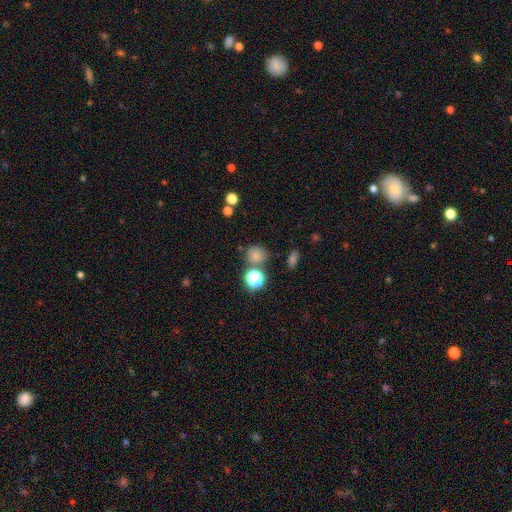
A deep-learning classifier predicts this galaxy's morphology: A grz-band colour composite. It shows a smooth galaxy with no disk features (74%) that is round (83%). Merging: none (71%).